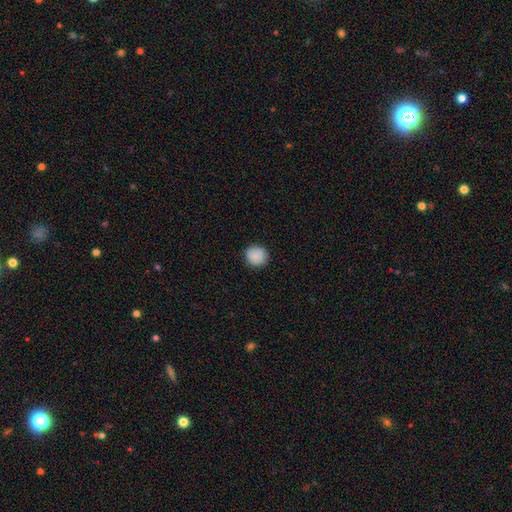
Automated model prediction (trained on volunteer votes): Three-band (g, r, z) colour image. It shows a smooth galaxy with no disk features (88%) that is round (91%). Merging: none (90%).